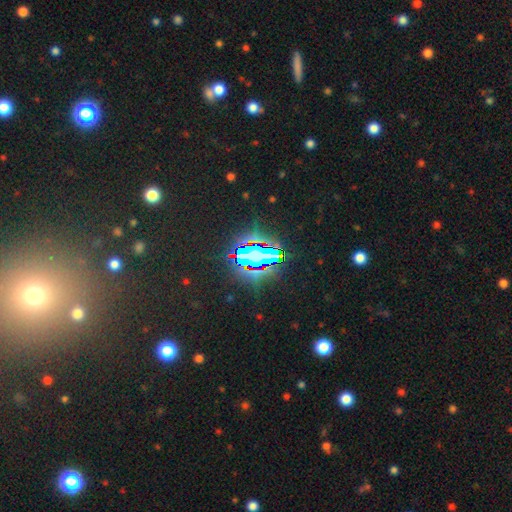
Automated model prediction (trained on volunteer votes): star or artifact 75%, smooth 14%, featured or disk 11%.